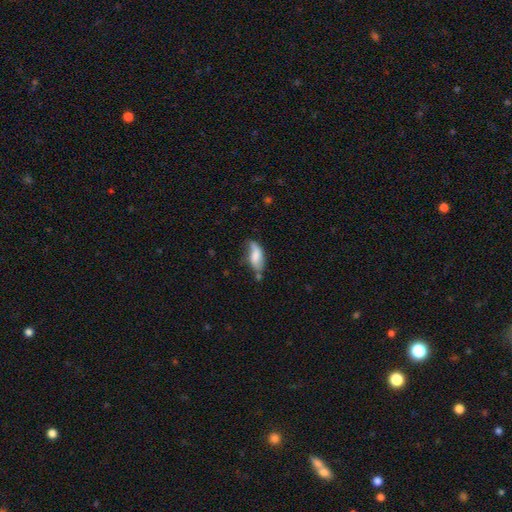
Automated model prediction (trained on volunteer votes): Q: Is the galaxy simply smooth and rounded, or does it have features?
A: smooth — 67%.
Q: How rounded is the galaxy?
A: in between — 77%.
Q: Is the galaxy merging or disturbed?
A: none — 38%.